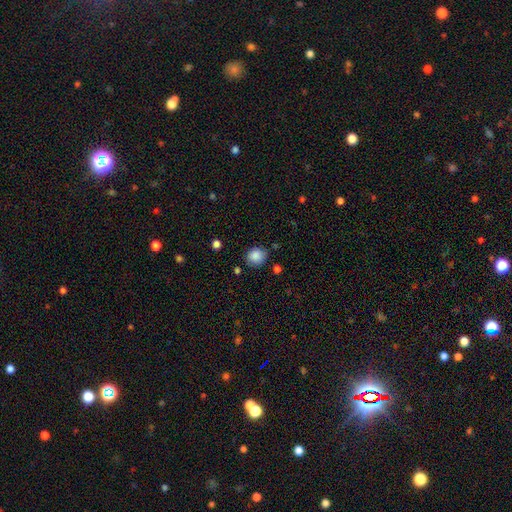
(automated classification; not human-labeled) smooth-or-featured: smooth: 87% | star or artifact: 9% | featured or disk: 4%
  how-rounded: round: 81% | in between: 18% | cigar-shaped: 1%
  merging: none: 80% | minor disturbance: 14% | major disturbance: 3% | merger: 3%